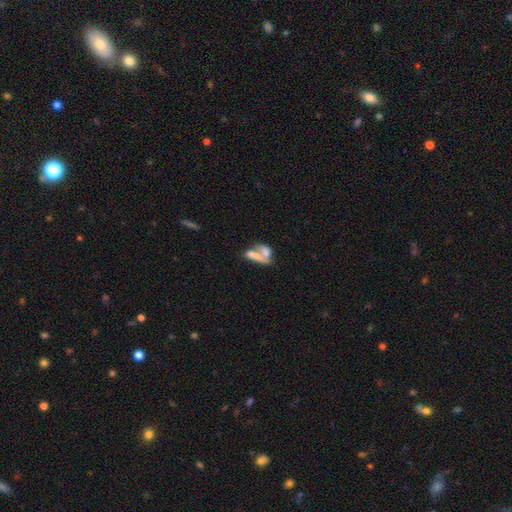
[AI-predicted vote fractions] Smooth or featured?
  - smooth: 56% *
  - featured or disk: 34%
  - star or artifact: 10%
How rounded?
  - in between: 70% *
  - cigar-shaped: 22%
  - round: 8%
Merging?
  - merger: 67% *
  - none: 19%
  - minor disturbance: 7%
  - major disturbance: 7%